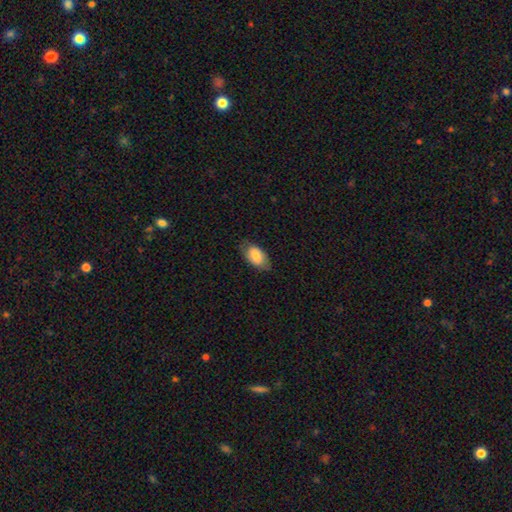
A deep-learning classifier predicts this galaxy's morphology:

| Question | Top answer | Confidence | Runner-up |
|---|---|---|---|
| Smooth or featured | smooth | 83% | featured or disk (11%) |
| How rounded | in between | 93% | round (5%) |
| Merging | none | 75% | minor disturbance (19%) |